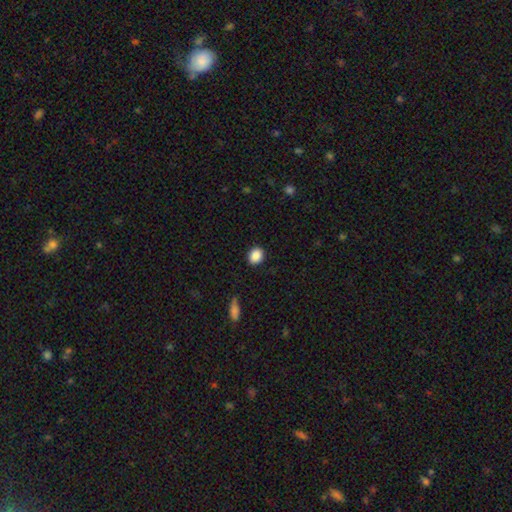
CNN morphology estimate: Smooth or featured? Predicted: smooth (p=0.89). How rounded? Predicted: round (p=0.64). Merging? Predicted: none (p=0.89).